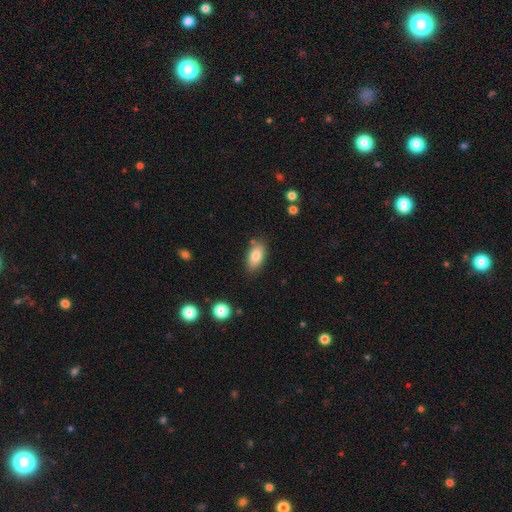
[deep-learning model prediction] smooth_or_featured: smooth (p=0.81) [alt: featured or disk p=0.11]
how_rounded: in between (p=0.91) [alt: cigar-shaped p=0.05]
merging: none (p=0.81) [alt: minor disturbance p=0.13]